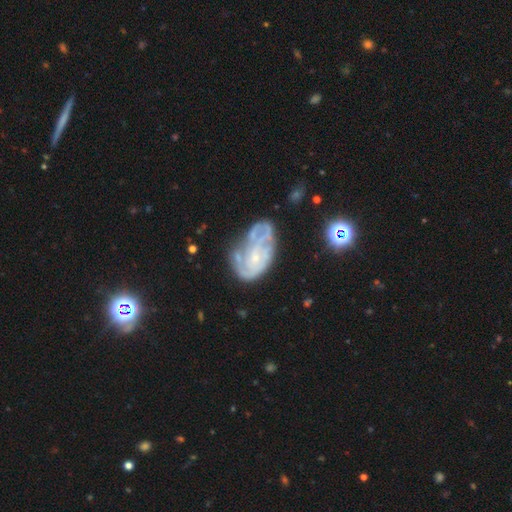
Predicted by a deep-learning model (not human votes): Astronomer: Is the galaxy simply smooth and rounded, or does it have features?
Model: featured or disk — 75%.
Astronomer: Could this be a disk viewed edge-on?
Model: no — 97%.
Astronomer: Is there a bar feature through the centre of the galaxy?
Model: no — 74%.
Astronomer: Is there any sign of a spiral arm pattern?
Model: yes — 80%.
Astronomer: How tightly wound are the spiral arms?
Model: tight — 56% (runner-up: medium, 32%).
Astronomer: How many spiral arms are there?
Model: can't tell — 45%.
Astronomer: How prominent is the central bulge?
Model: small — 74%.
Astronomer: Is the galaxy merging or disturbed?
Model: none — 42% (runner-up: minor disturbance, 29%).